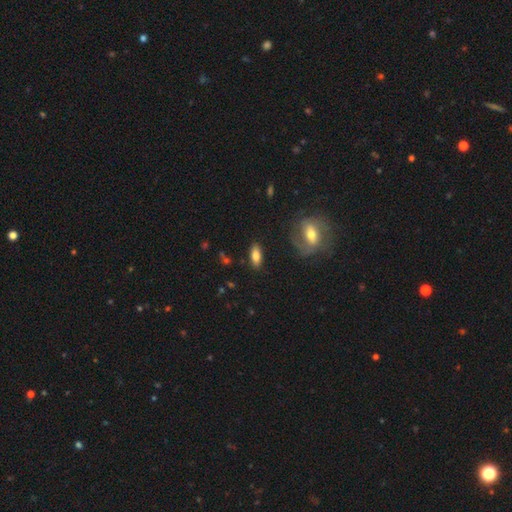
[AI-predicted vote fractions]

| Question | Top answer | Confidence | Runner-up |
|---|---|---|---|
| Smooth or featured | smooth | 78% | featured or disk (15%) |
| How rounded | in between | 78% | cigar-shaped (19%) |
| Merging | none | 85% | minor disturbance (10%) |